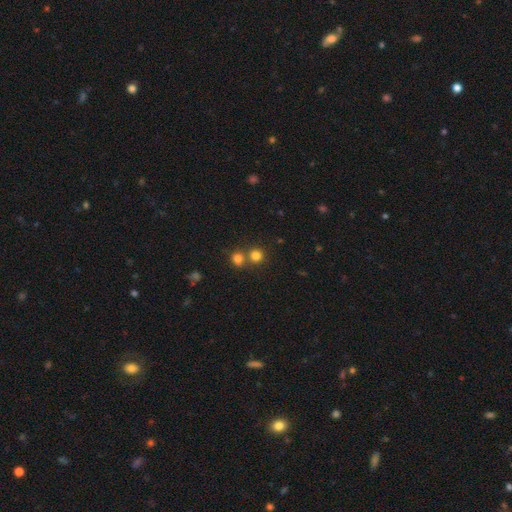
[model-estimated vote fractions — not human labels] The model was most divided on "merging": none: 61%, merger: 30%, minor disturbance: 6%, major disturbance: 2%. More confident: how rounded — round (90%); smooth or featured — smooth (79%).